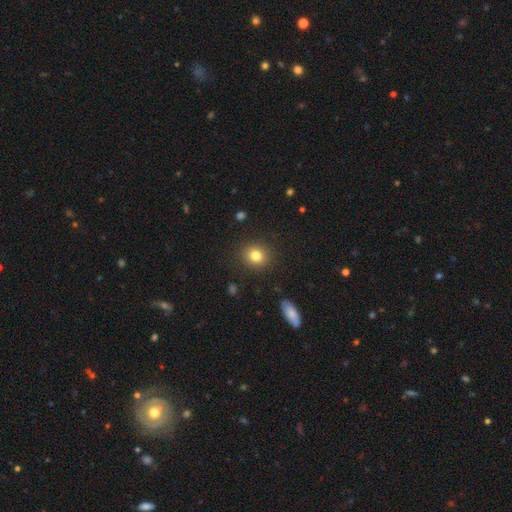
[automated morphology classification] Overall: smooth (82%). How rounded: round (83%). Merging: none (90%).